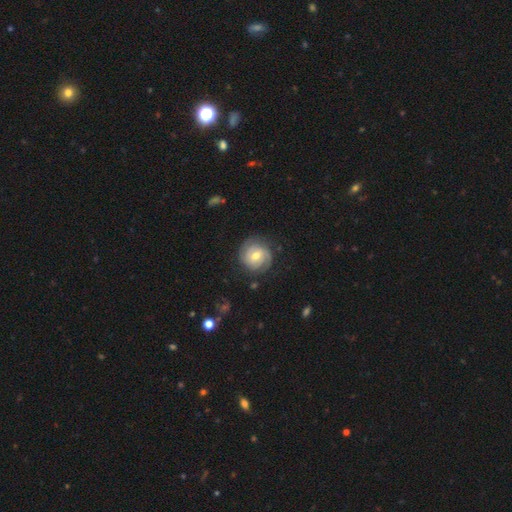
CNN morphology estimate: This is likely a featured or disk galaxy (72%). It is clearly not viewed edge-on (98%). Bar: possibly no (47%). Spiral arm pattern: clearly yes (92%). Spiral arm count: possibly 2 (53%). Spiral winding: likely tight (67%). Central bulge: likely moderate (69%). Merging: likely none (80%).